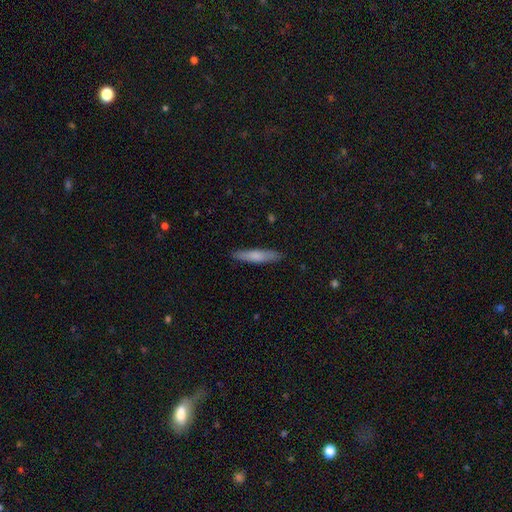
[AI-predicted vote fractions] Smooth or featured? Predicted: smooth (p=0.71). How rounded? Predicted: cigar-shaped (p=0.87). Merging? Predicted: none (p=0.88).